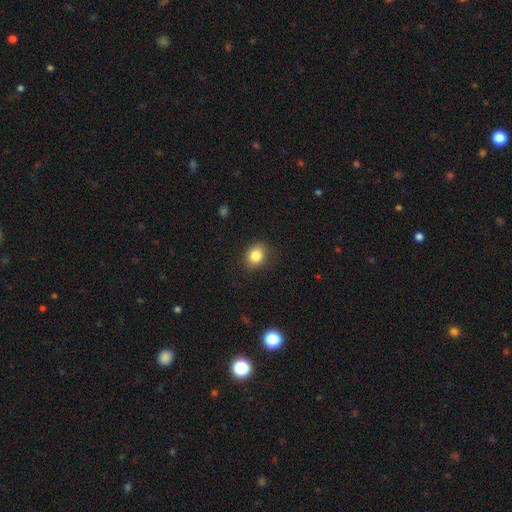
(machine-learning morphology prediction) smooth-or-featured: smooth: 84% | star or artifact: 10% | featured or disk: 7%
  how-rounded: round: 51% | in between: 48% | cigar-shaped: 1%
  merging: none: 85% | minor disturbance: 11% | major disturbance: 3% | merger: 1%